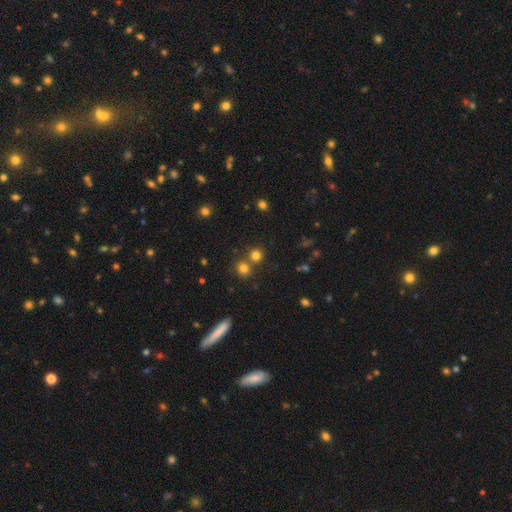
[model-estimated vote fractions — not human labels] This appears to be a smooth galaxy with no disk features (75%) that is round (89%). Merging: none (66%).